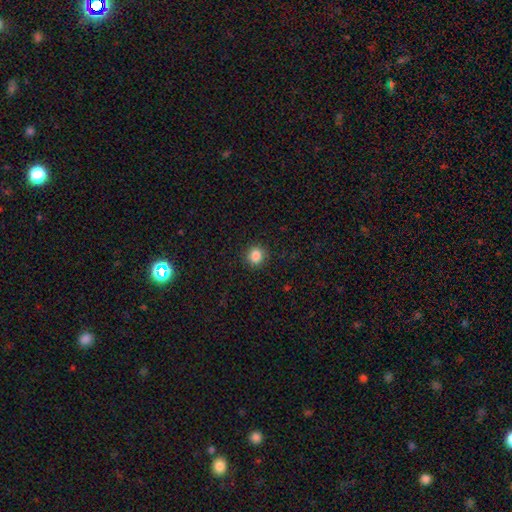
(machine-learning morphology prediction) smooth-or-featured: smooth: 86% | star or artifact: 10% | featured or disk: 4%
  how-rounded: round: 85% | in between: 14% | cigar-shaped: 1%
  merging: none: 91% | minor disturbance: 6% | major disturbance: 2% | merger: 1%